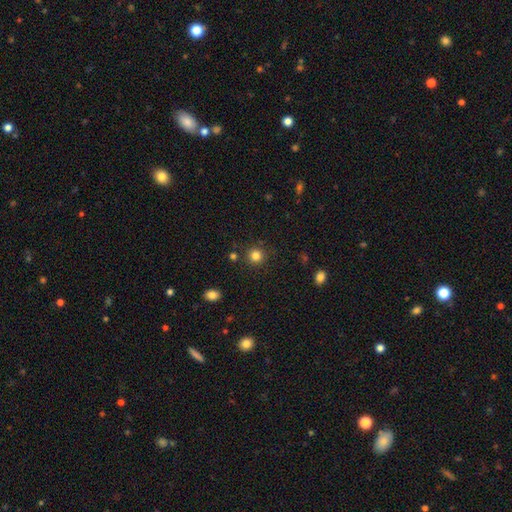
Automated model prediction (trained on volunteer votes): Morphology: type=smooth (83%); roundness=round (93%); merging=none (88%).